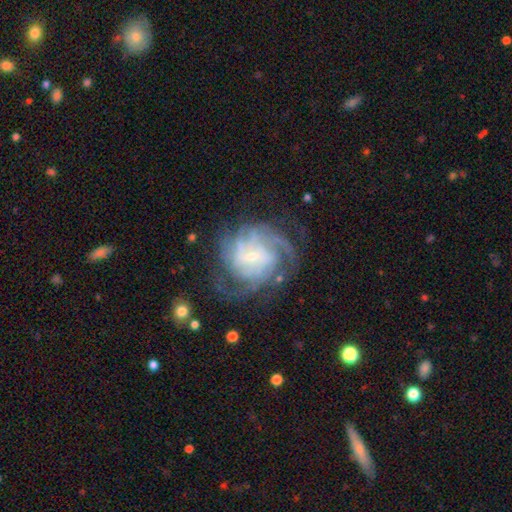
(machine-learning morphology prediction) A featured or disk galaxy (85%) with no bar (45%), tight (57%) spiral arms (95%) and a small central bulge (76%). Merging: none (67%).